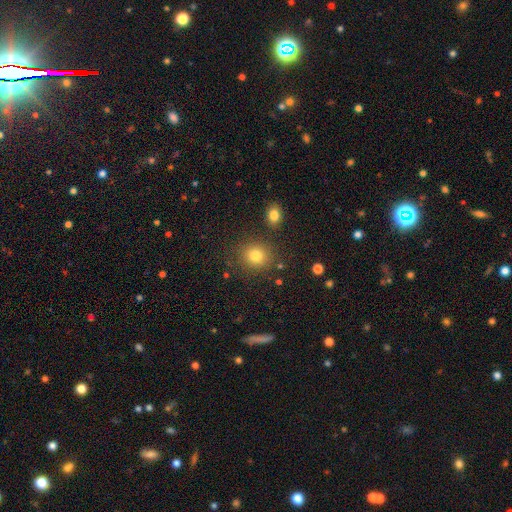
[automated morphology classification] type=smooth (80%); roundness=round (79%); merging=none (83%).